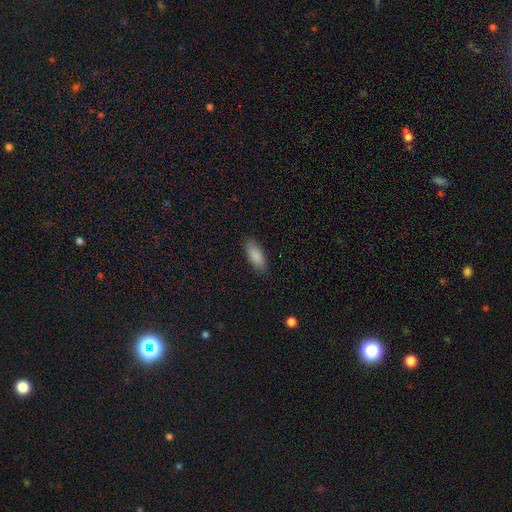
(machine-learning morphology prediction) smooth-or-featured: smooth: 88% | star or artifact: 6% | featured or disk: 5%
  how-rounded: in between: 81% | cigar-shaped: 17% | round: 2%
  merging: none: 86% | minor disturbance: 11% | major disturbance: 2% | merger: 1%